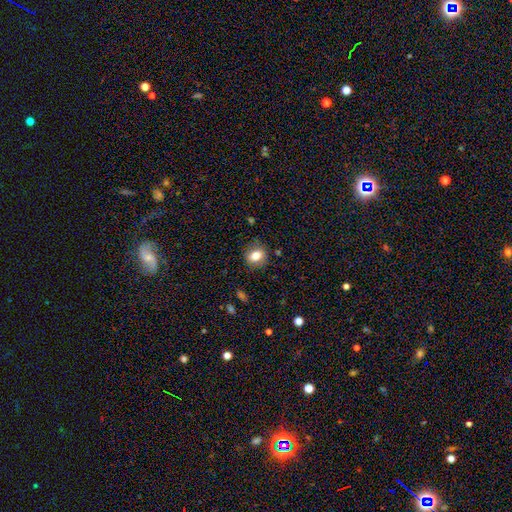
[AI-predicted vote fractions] Smooth or featured: smooth — 79% (featured or disk — 11%)
How rounded: round — 56% (in between — 43%)
Merging: none — 83% (minor disturbance — 12%)